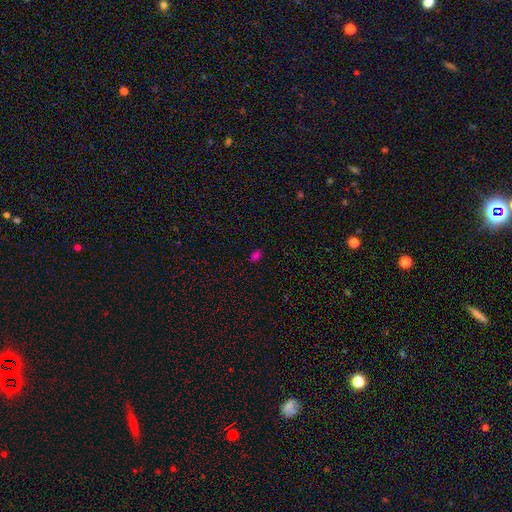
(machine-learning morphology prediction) This is likely a smooth galaxy (73%). How rounded: clearly in between (85%). Merging: clearly none (85%).